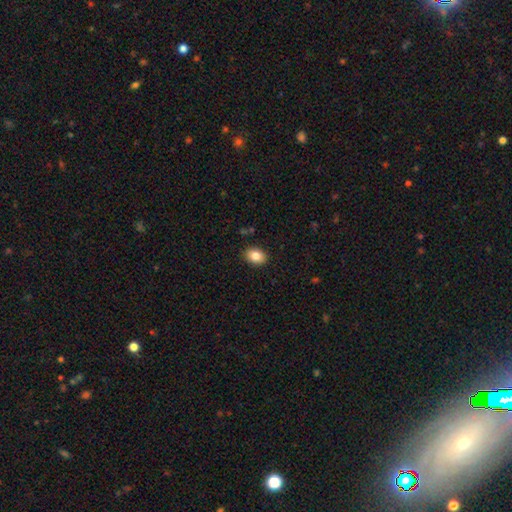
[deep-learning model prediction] smooth_or_featured: smooth (p=0.84) [alt: star or artifact p=0.08]
how_rounded: in between (p=0.69) [alt: round p=0.30]
merging: none (p=0.89) [alt: minor disturbance p=0.08]